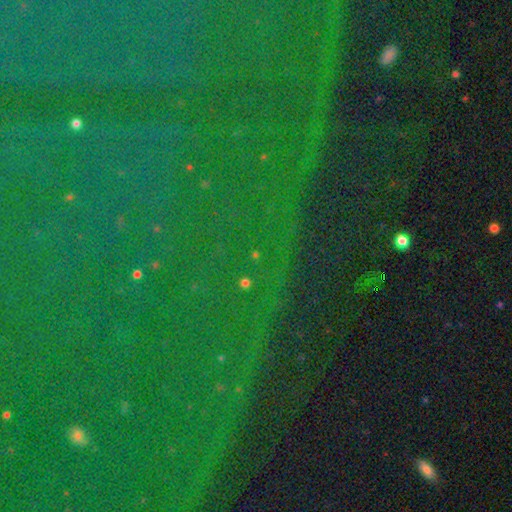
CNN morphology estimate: The model was most divided on "smooth or featured": star or artifact: 87%, featured or disk: 6%, smooth: 6%.